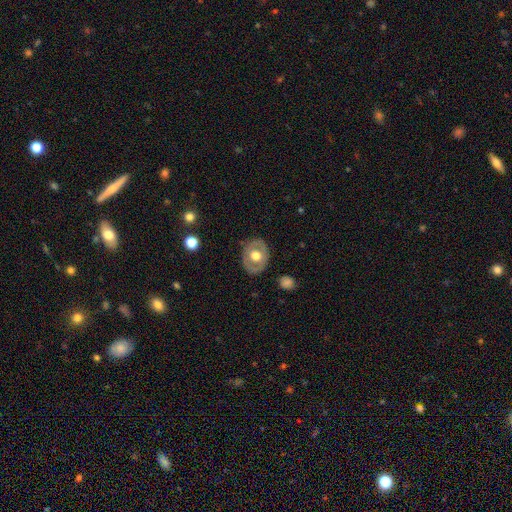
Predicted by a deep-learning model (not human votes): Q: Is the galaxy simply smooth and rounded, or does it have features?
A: featured or disk — 48%.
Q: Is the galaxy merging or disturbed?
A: none — 82%.